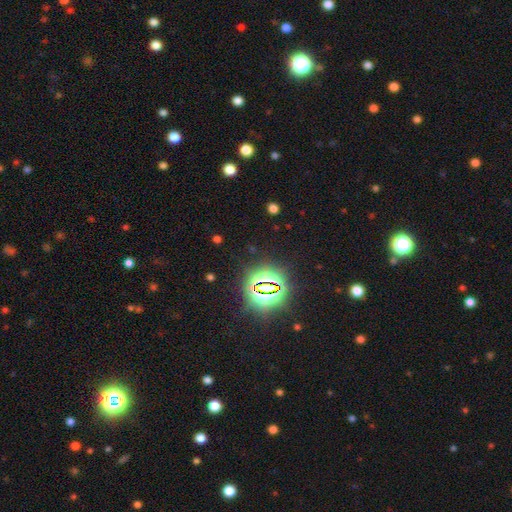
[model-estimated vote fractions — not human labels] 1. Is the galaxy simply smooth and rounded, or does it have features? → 82% star or artifact, 12% smooth, 6% featured or disk.